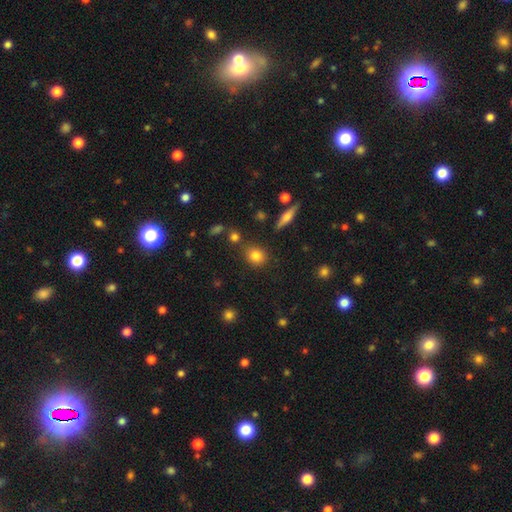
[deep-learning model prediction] The model was most divided on "how rounded": round: 72%, in between: 26%, cigar-shaped: 2%. More confident: smooth or featured — smooth (81%); merging — none (80%).